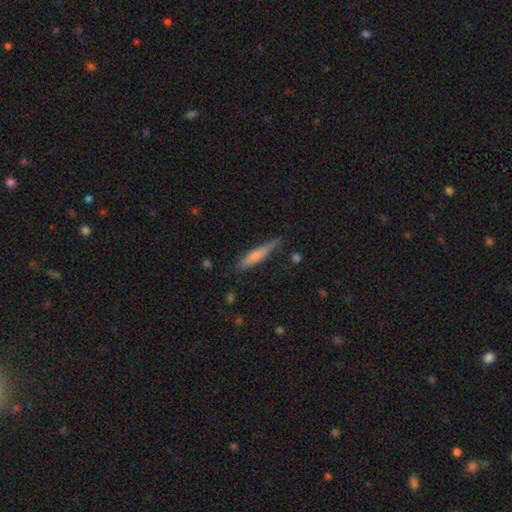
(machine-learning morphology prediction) A smooth galaxy with no disk features (57%) that is cigar-shaped (90%).

Vote fractions:
- Smooth or featured? smooth: 57% / featured or disk: 36% / star or artifact: 6%
- How rounded? cigar-shaped: 90% / in between: 8% / round: 2%
- Merging? none: 77% / minor disturbance: 18% / major disturbance: 3% / merger: 2%